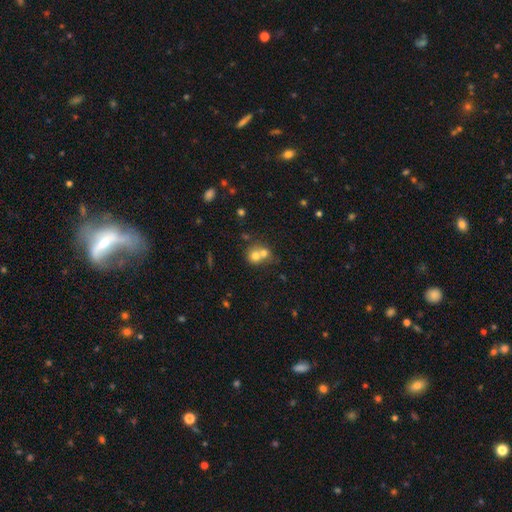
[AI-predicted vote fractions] smooth 68%, featured or disk 19%, star or artifact 12%. Down the decision tree: how rounded — round (80%); merging — merger (63%).